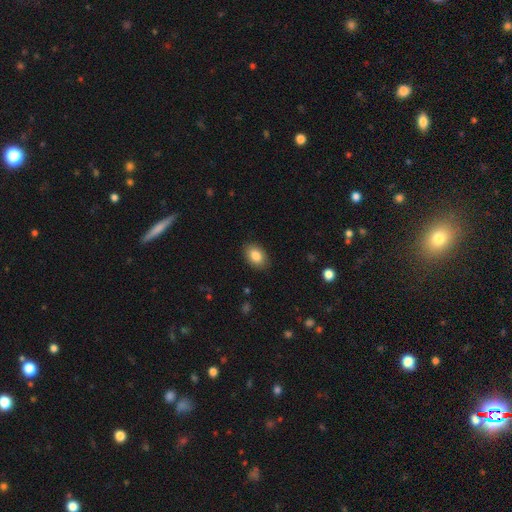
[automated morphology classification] Q: Smooth or featured?
A: smooth (86%); runner-up: star or artifact (8%)
Q: How rounded?
A: in between (86%); runner-up: round (13%)
Q: Merging?
A: none (88%); runner-up: minor disturbance (9%)